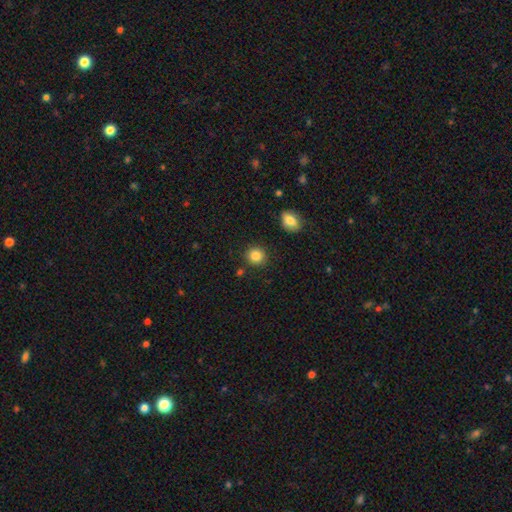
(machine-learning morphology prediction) Smooth or featured: smooth — 85% (star or artifact — 10%)
How rounded: round — 88% (in between — 11%)
Merging: none — 88% (minor disturbance — 7%)